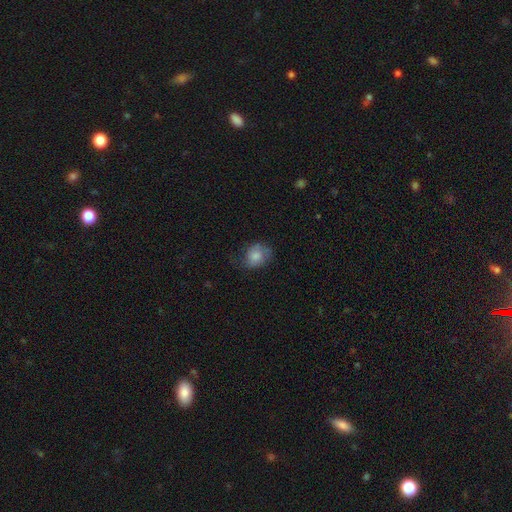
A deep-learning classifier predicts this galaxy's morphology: Smooth or featured? Predicted: smooth (p=0.67). How rounded? Predicted: round (p=0.57). Merging? Predicted: none (p=0.55).